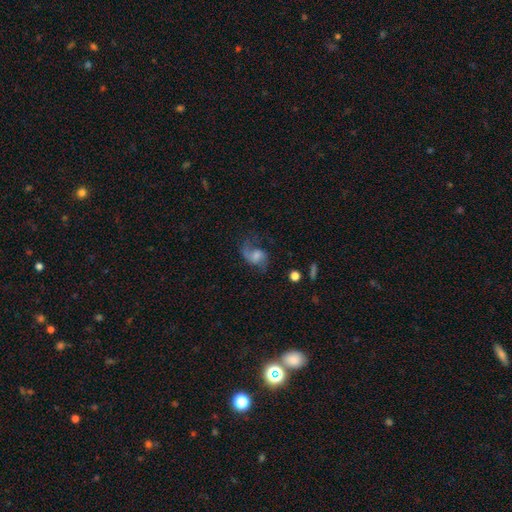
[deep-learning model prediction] Smooth or featured? Predicted: featured or disk (p=0.58). Edge-on disk? Predicted: no (p=0.97). Bar? Predicted: no (p=0.57). Spiral arms? Predicted: yes (p=0.84). Bulge size? Predicted: moderate (p=0.30). Merging? Predicted: none (p=0.42).